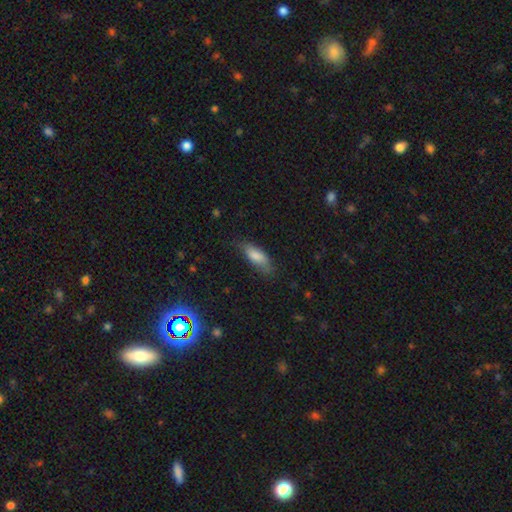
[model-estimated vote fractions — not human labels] The model was most divided on "how rounded": in between: 65%, cigar-shaped: 33%, round: 2%. More confident: smooth or featured — smooth (76%); merging — none (70%).